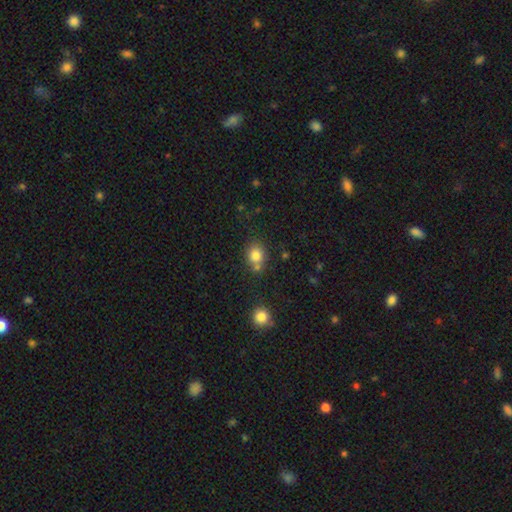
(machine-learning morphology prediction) Overall: smooth (81%). How rounded: round (70%). Merging: none (65%).